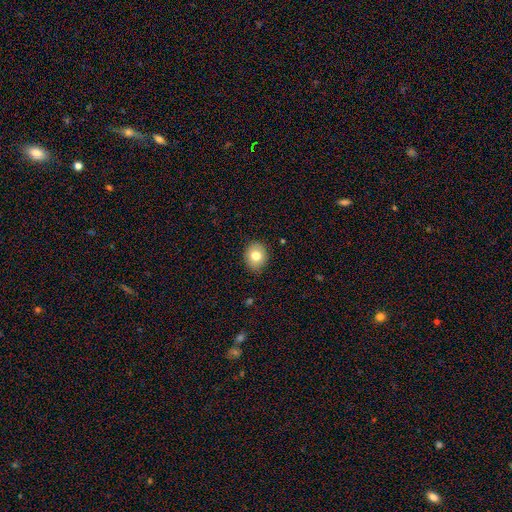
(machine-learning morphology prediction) Smooth or featured: smooth — 79% (featured or disk — 12%)
How rounded: round — 70% (in between — 29%)
Merging: none — 88% (minor disturbance — 9%)